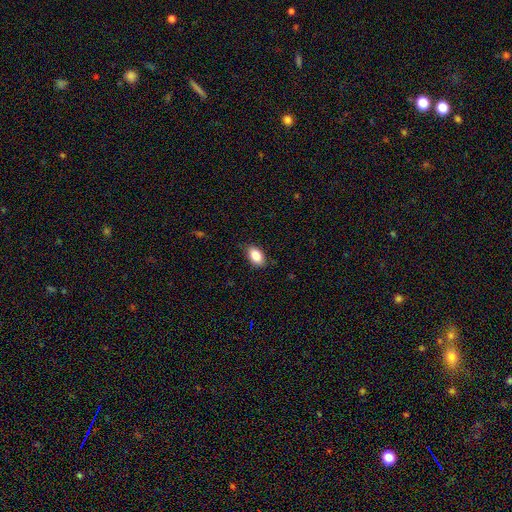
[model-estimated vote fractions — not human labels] This is clearly a smooth galaxy (86%). How rounded: clearly in between (91%). Merging: clearly none (82%).